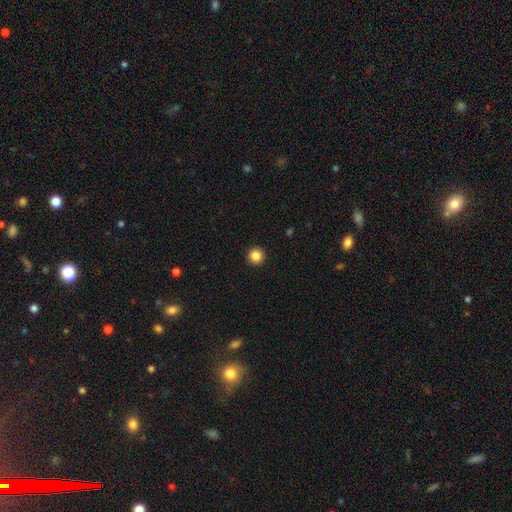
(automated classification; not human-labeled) Smooth or featured? smooth (86%)
How rounded? round (96%)
Merging? none (94%)